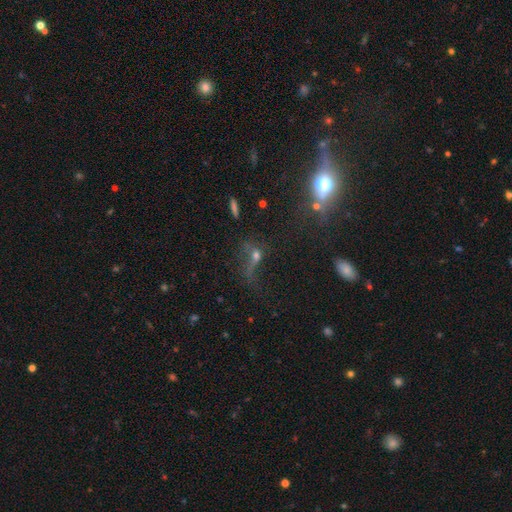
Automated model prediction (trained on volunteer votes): smooth 35%, featured or disk 34%, star or artifact 31%. Down the decision tree: merging — major disturbance (41%).